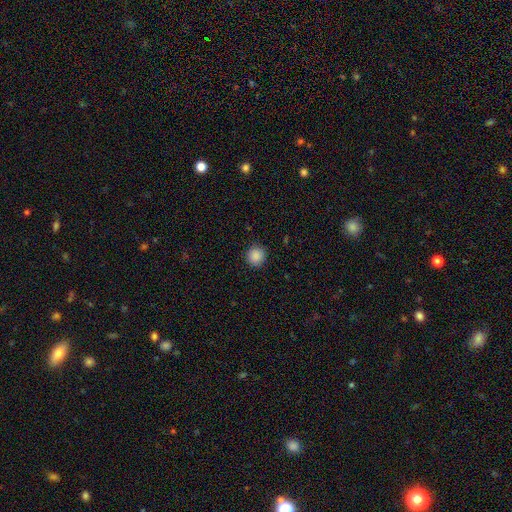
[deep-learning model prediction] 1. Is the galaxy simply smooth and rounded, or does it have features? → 88% smooth, 9% star or artifact, 3% featured or disk.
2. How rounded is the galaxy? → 93% round, 6% in between, 1% cigar-shaped.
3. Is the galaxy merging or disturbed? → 91% none, 6% minor disturbance, 2% major disturbance, 1% merger.